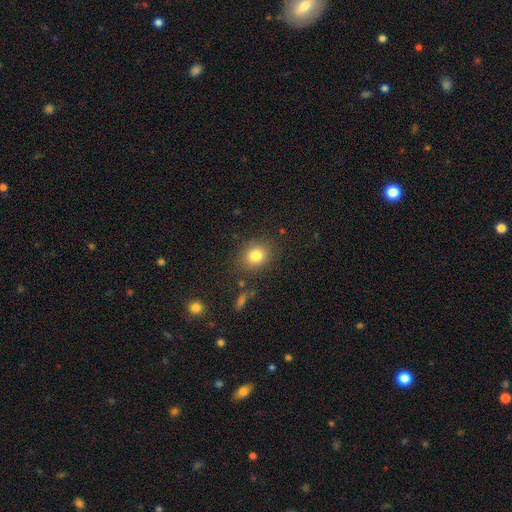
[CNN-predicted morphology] smooth 82%, star or artifact 11%, featured or disk 7%. Down the decision tree: how rounded — round (70%); merging — none (82%).